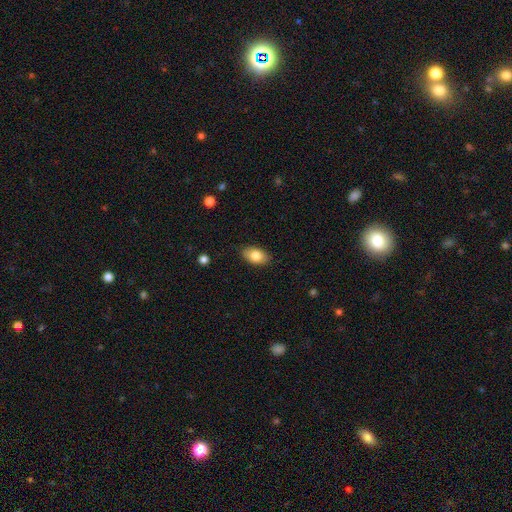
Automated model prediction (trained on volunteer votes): A smooth galaxy with no disk features (82%) that is in between round and cigar-shaped (90%). Merging: none (87%).